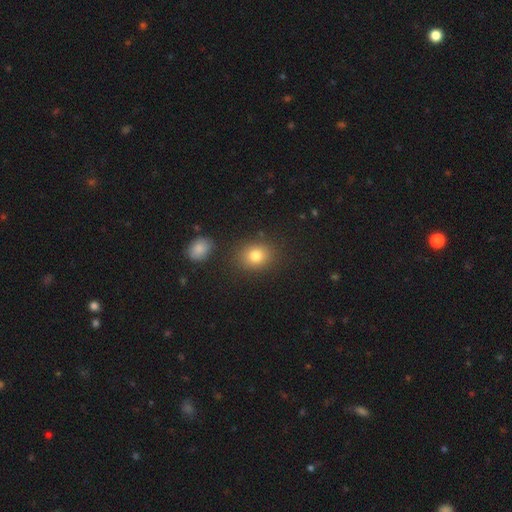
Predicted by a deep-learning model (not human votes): smooth_or_featured: smooth (p=0.81) [alt: star or artifact p=0.12]
how_rounded: round (p=0.59) [alt: in between p=0.40]
merging: none (p=0.83) [alt: minor disturbance p=0.10]